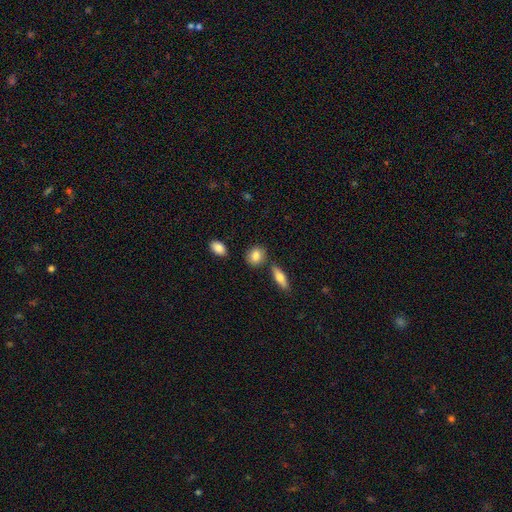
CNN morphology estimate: Smooth or featured? Predicted: smooth (p=0.83). How rounded? Predicted: round (p=0.53). Merging? Predicted: none (p=0.80).